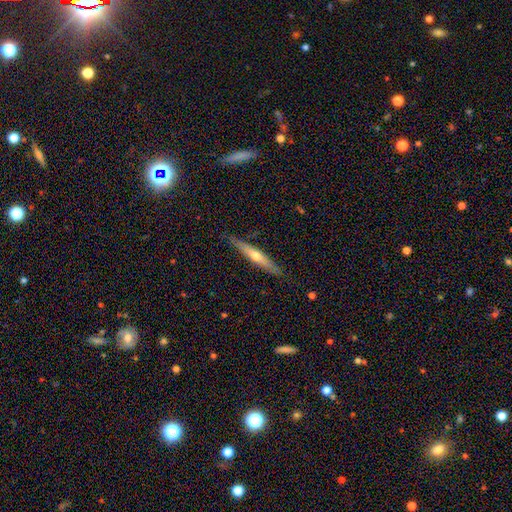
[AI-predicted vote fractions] Smooth or featured?
  - featured or disk: 59% *
  - smooth: 35%
  - star or artifact: 6%
Edge-on disk?
  - yes: 93% *
  - no: 7%
Edge-on bulge?
  - rounded: 79% *
  - none: 17%
  - boxy: 4%
Merging?
  - none: 87% *
  - minor disturbance: 10%
  - major disturbance: 2%
  - merger: 1%